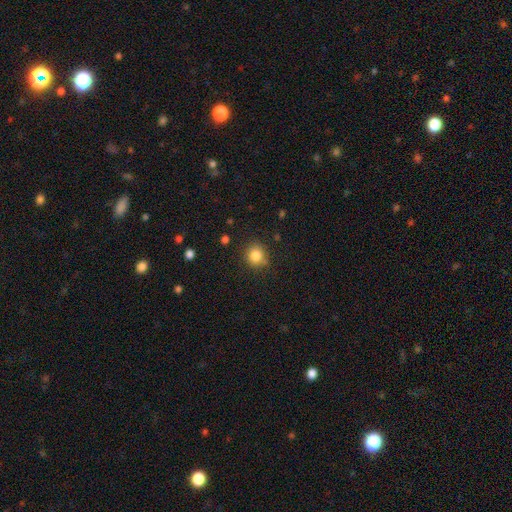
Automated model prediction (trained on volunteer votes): Smooth or featured?
  - smooth: 84% *
  - star or artifact: 11%
  - featured or disk: 5%
How rounded?
  - round: 87% *
  - in between: 13%
  - cigar-shaped: 1%
Merging?
  - none: 81% *
  - minor disturbance: 14%
  - major disturbance: 3%
  - merger: 3%